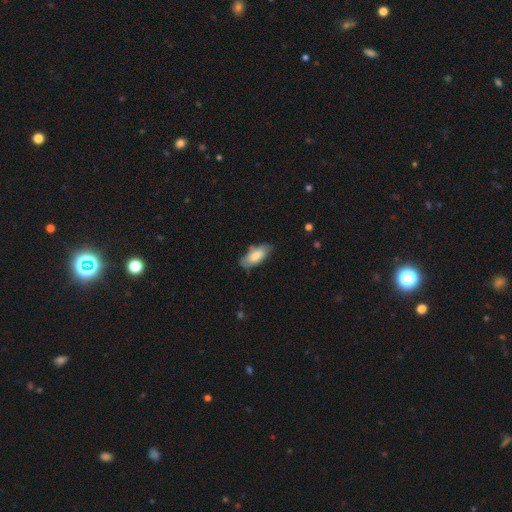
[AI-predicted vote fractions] This appears to be a smooth galaxy with no disk features (75%) that is in between round and cigar-shaped (87%). Merging: none (65%).